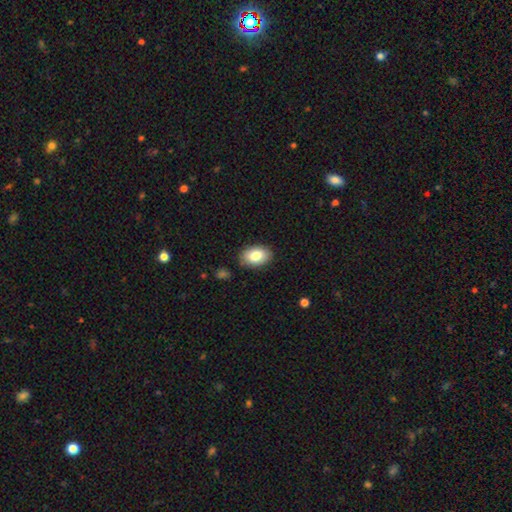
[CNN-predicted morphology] Q: Smooth or featured?
A: smooth (84%); runner-up: featured or disk (10%)
Q: How rounded?
A: in between (88%); runner-up: round (11%)
Q: Merging?
A: none (85%); runner-up: minor disturbance (11%)